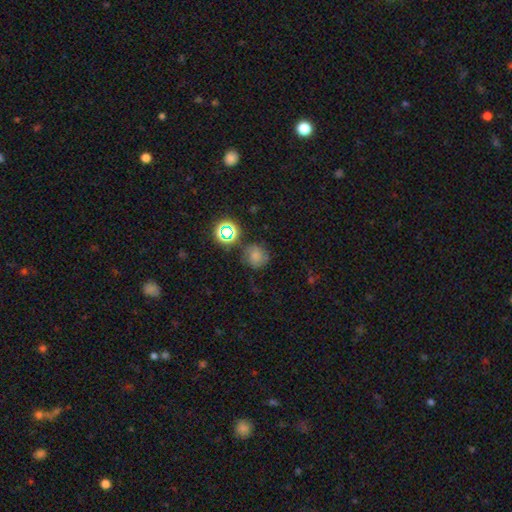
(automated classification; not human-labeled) Smooth or featured? Predicted: smooth (p=0.52). How rounded? Predicted: round (p=0.86). Merging? Predicted: none (p=0.67).